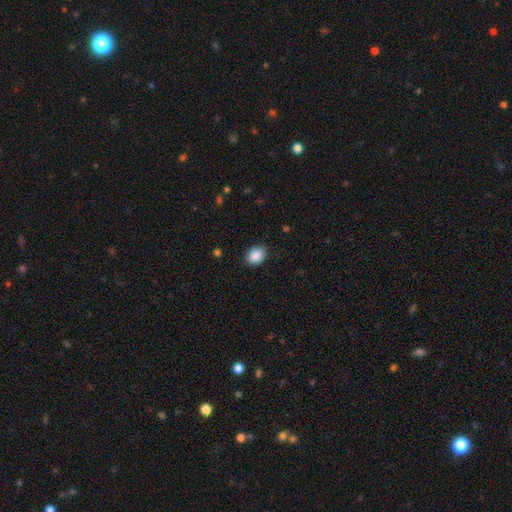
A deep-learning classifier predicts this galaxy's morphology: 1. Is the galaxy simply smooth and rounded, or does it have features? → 88% smooth, 8% star or artifact, 3% featured or disk.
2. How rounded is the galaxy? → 50% in between, 49% round, 1% cigar-shaped.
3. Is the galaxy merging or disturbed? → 86% none, 10% minor disturbance, 2% major disturbance, 1% merger.